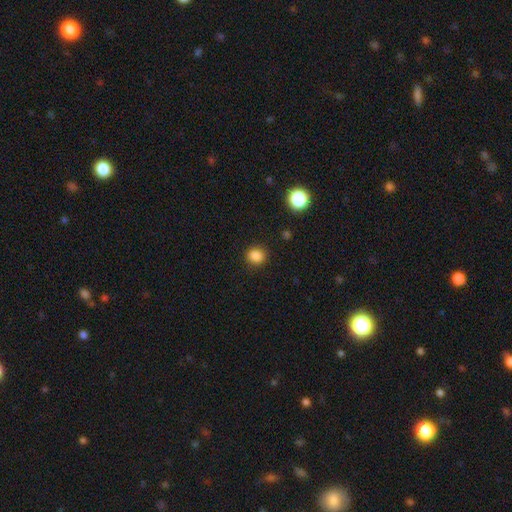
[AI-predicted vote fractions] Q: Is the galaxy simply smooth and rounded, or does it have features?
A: smooth — 85%.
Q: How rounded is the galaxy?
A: round — 82%.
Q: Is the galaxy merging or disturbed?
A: none — 89%.